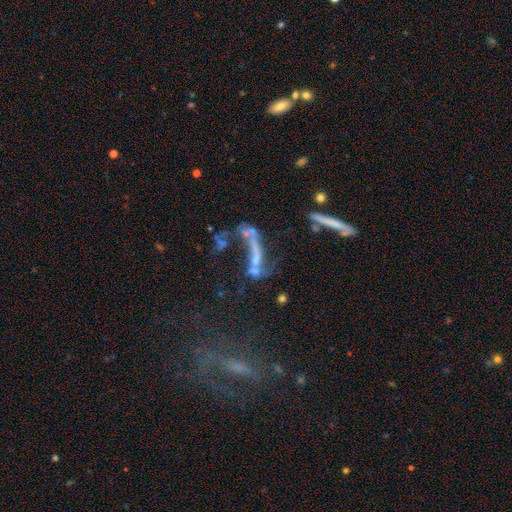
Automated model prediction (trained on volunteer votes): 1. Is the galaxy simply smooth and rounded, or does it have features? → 53% featured or disk, 26% smooth, 22% star or artifact.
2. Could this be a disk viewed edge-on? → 74% no, 26% yes.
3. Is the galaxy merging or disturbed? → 41% merger, 29% major disturbance, 20% none, 10% minor disturbance.